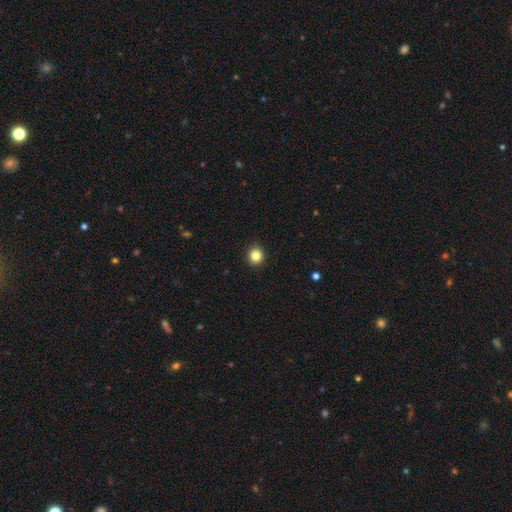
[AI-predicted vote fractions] This is clearly a smooth galaxy (84%). How rounded: clearly round (87%). Merging: clearly none (92%).